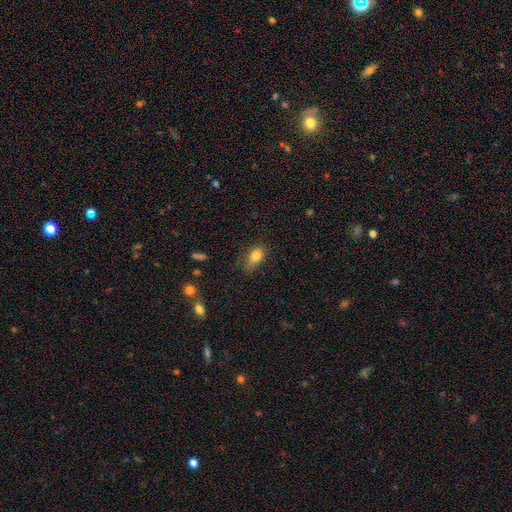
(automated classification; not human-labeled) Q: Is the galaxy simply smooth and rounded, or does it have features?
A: smooth — 81%.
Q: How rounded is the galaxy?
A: in between — 80%.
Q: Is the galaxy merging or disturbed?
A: none — 54%.